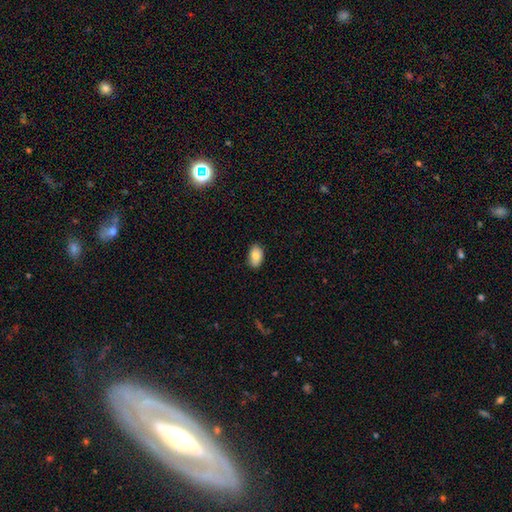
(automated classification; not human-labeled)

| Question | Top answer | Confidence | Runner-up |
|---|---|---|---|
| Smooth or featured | smooth | 85% | featured or disk (8%) |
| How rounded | in between | 92% | round (7%) |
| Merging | none | 85% | minor disturbance (12%) |